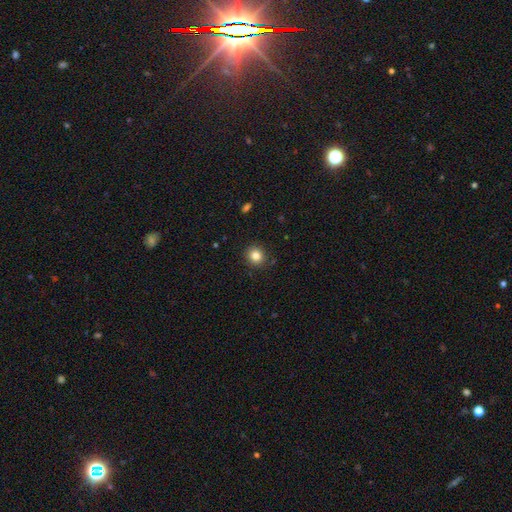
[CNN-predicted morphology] Smooth or featured? smooth (83%)
How rounded? round (88%)
Merging? none (90%)